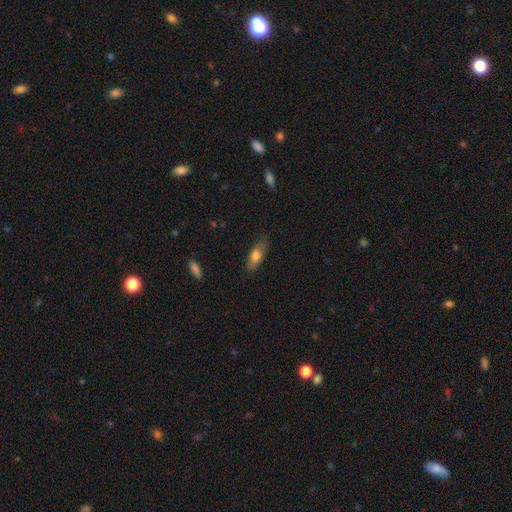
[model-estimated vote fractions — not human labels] This is likely a smooth galaxy (71%). How rounded: likely in between (67%). Merging: likely none (74%).